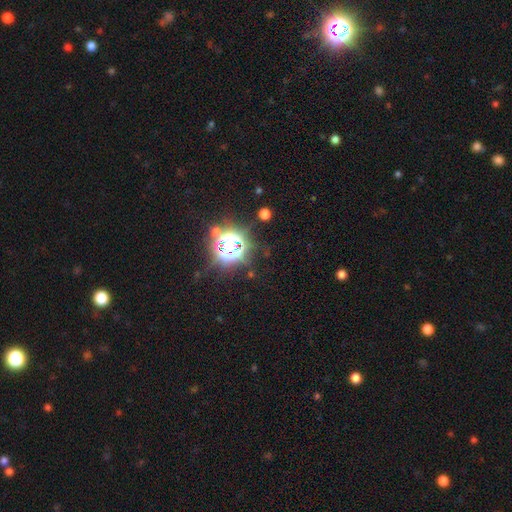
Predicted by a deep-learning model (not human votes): The model was most divided on "smooth or featured": star or artifact: 85%, smooth: 9%, featured or disk: 5%.